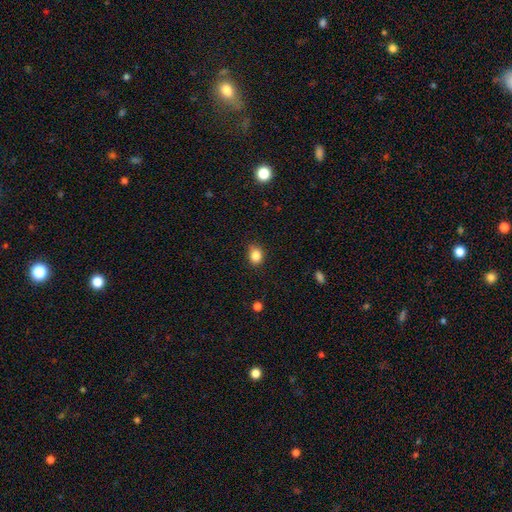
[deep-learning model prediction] Smooth or featured? Predicted: smooth (p=0.84). How rounded? Predicted: round (p=0.50). Merging? Predicted: none (p=0.80).